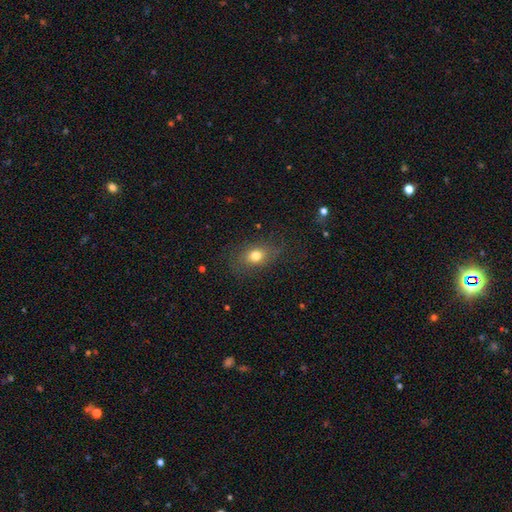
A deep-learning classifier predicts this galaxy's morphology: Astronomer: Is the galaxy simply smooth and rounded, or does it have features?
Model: smooth — 74%.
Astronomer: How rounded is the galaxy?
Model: in between — 62%.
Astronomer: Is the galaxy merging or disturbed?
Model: none — 75%.